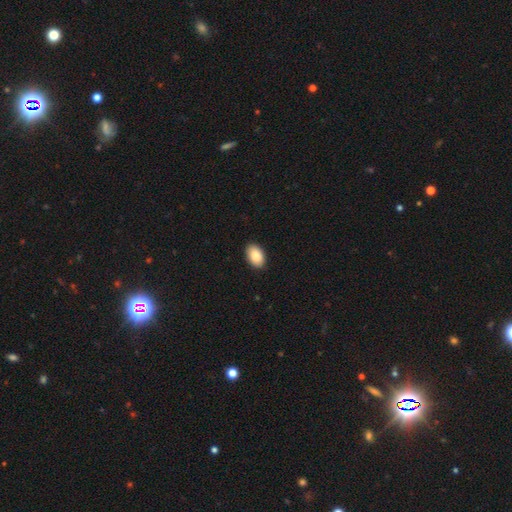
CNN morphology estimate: smooth_or_featured: smooth (p=0.90) [alt: star or artifact p=0.06]
how_rounded: in between (p=0.92) [alt: round p=0.07]
merging: none (p=0.90) [alt: minor disturbance p=0.07]